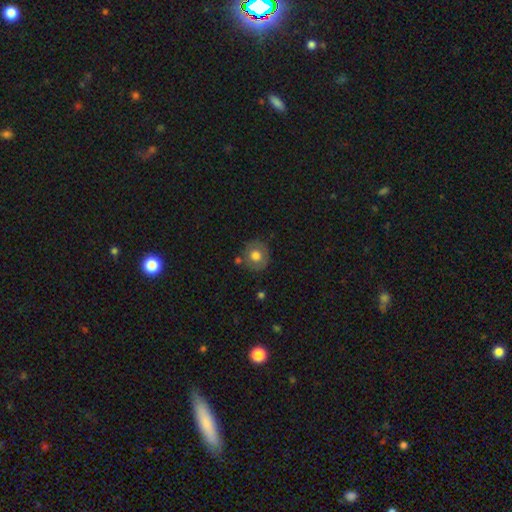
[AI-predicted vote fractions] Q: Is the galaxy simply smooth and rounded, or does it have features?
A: smooth — 69%.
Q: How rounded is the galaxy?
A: round — 90%.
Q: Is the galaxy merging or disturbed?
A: none — 77%.